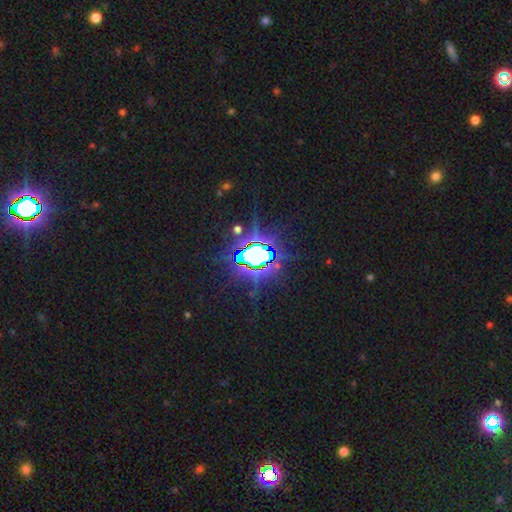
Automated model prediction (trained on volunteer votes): Q: Smooth or featured?
A: star or artifact (80%); runner-up: featured or disk (11%)